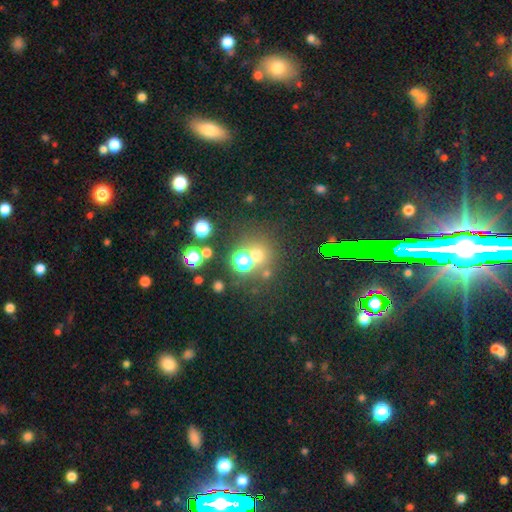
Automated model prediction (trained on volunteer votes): Smooth or featured?
  - smooth: 56% *
  - star or artifact: 34%
  - featured or disk: 10%
How rounded?
  - round: 87% *
  - in between: 12%
  - cigar-shaped: 1%
Merging?
  - none: 63% *
  - merger: 23%
  - minor disturbance: 9%
  - major disturbance: 5%